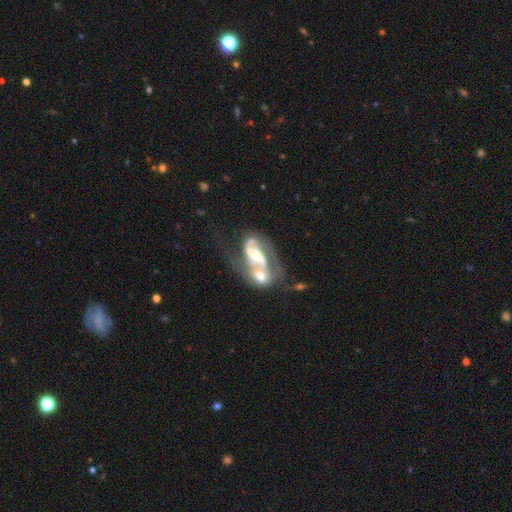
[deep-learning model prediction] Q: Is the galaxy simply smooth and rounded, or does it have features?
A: featured or disk — 81%.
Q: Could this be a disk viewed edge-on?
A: no — 96%.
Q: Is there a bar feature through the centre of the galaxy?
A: weak — 37%.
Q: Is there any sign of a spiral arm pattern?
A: yes — 89%.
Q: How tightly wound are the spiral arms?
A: loose — 42%, tied with medium.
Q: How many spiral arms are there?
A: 2 — 80%.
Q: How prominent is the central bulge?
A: moderate — 51%.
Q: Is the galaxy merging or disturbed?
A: merger — 57%.